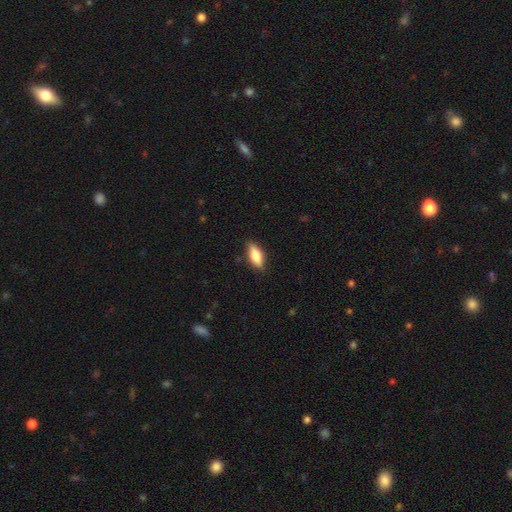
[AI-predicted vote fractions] The model was most divided on "how rounded": in between: 74%, cigar-shaped: 23%, round: 3%. More confident: merging — none (84%); smooth or featured — smooth (73%).